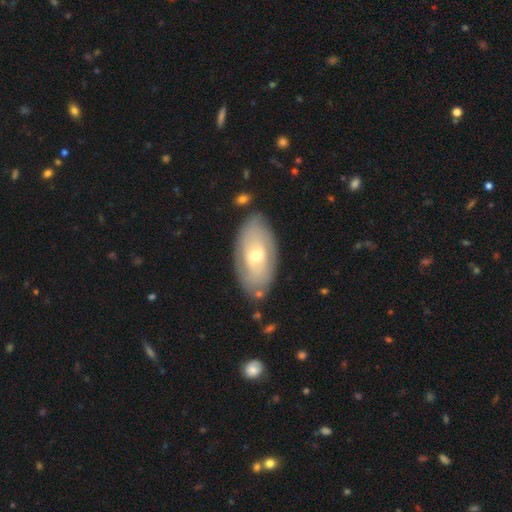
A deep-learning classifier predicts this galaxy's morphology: smooth_or_featured: featured or disk (p=0.53) [alt: smooth p=0.41]
disk_edge_on: no (p=0.87) [alt: yes p=0.13]
merging: none (p=0.79) [alt: minor disturbance p=0.14]